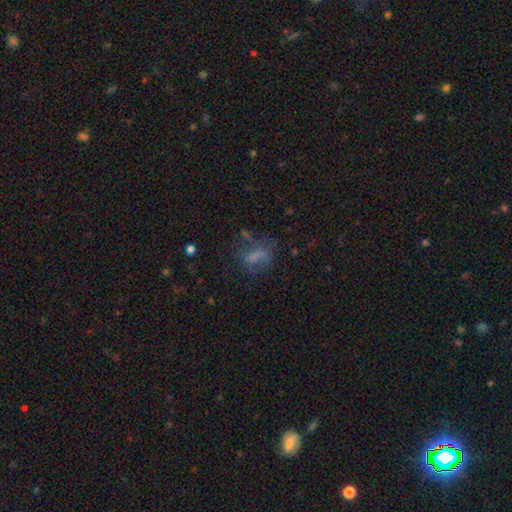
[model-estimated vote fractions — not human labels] smooth_or_featured: smooth (p=0.49) [alt: featured or disk p=0.31]
merging: none (p=0.43) [alt: major disturbance p=0.30]